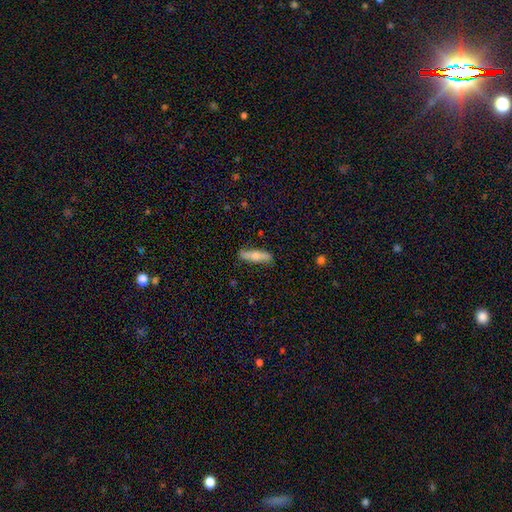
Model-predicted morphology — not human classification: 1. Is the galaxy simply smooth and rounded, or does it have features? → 58% smooth, 37% featured or disk, 5% star or artifact.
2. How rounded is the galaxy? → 68% cigar-shaped, 30% in between, 3% round.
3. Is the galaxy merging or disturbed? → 83% none, 13% minor disturbance, 2% major disturbance, 1% merger.